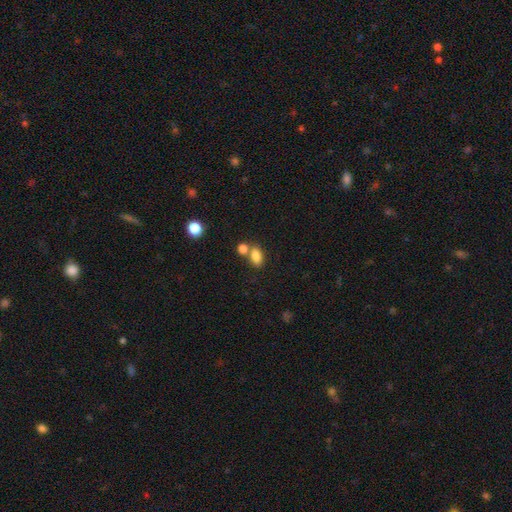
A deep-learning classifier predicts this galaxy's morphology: Smooth or featured? smooth (83%)
How rounded? in between (84%)
Merging? none (50%)